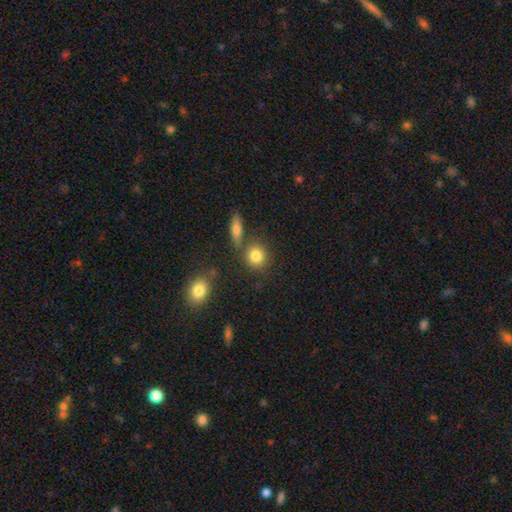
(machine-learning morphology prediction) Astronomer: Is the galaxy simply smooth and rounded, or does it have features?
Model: smooth — 82%.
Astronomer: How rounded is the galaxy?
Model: round — 76%.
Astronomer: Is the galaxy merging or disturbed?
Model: none — 68%.